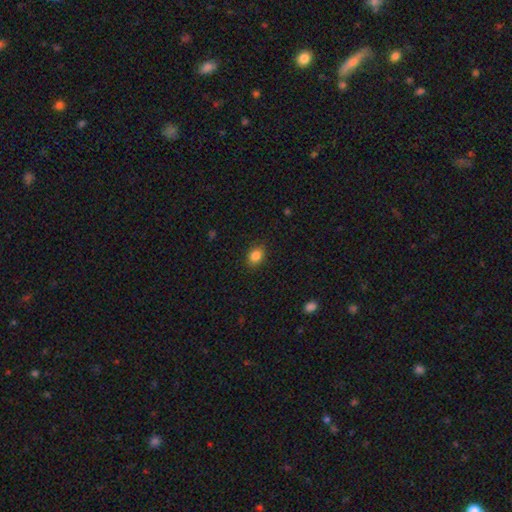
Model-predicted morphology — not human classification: This is clearly a smooth galaxy (86%). How rounded: likely in between (63%). Merging: clearly none (88%).